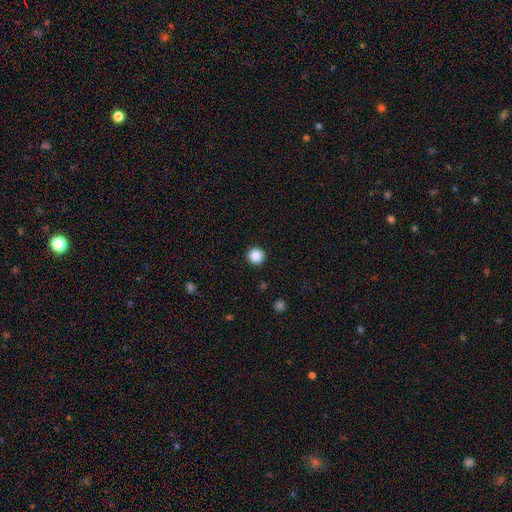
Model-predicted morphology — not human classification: This appears to be a smooth galaxy with no disk features (87%) that is round (96%). Merging: none (93%).